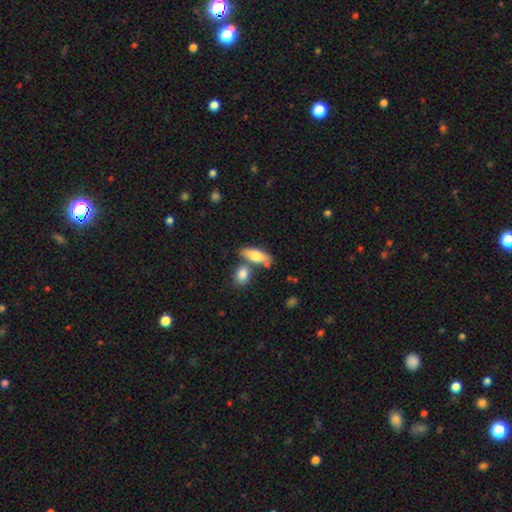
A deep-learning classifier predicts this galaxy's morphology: This is likely a smooth galaxy (75%). How rounded: likely in between (70%). Merging: possibly none (57%).